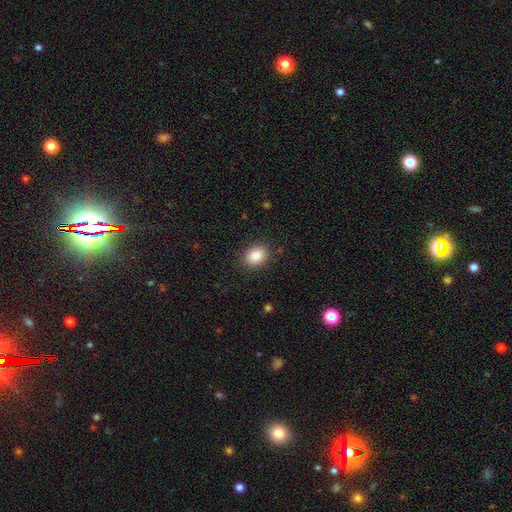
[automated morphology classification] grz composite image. It shows a smooth galaxy with no disk features (86%) that is in between round and cigar-shaped (64%). Merging: none (87%).